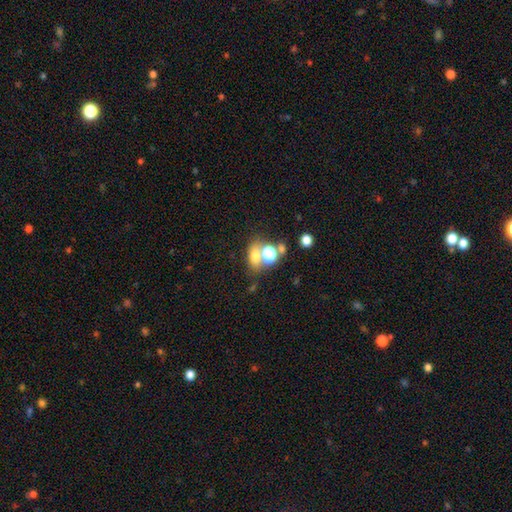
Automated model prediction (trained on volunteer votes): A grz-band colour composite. It shows a smooth galaxy with no disk features (65%) that is in between round and cigar-shaped (63%). Merging: none (49%).